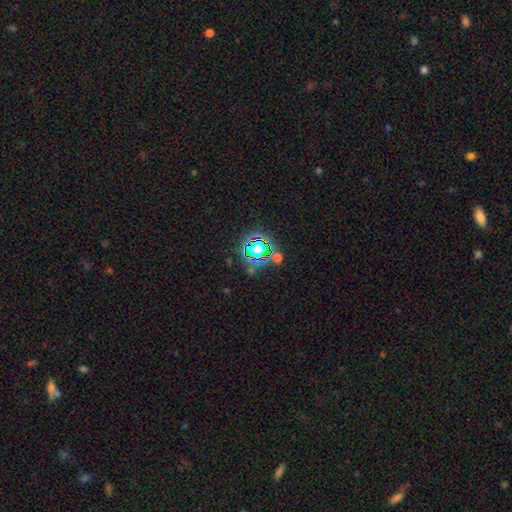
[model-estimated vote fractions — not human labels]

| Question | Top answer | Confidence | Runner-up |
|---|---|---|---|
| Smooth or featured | star or artifact | 62% | smooth (26%) |